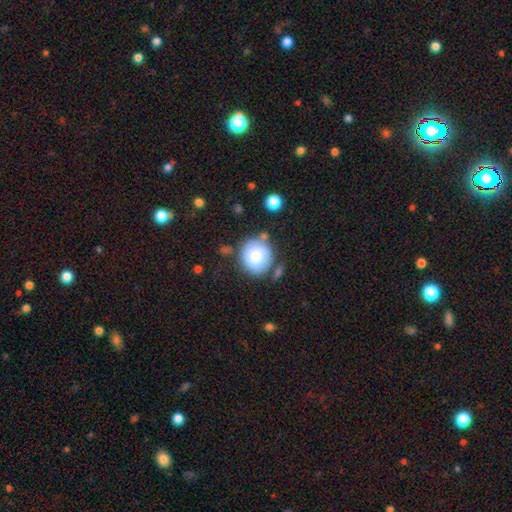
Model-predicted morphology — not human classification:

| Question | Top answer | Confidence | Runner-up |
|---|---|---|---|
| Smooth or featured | smooth | 72% | featured or disk (20%) |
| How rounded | round | 85% | in between (14%) |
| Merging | none | 70% | minor disturbance (16%) |